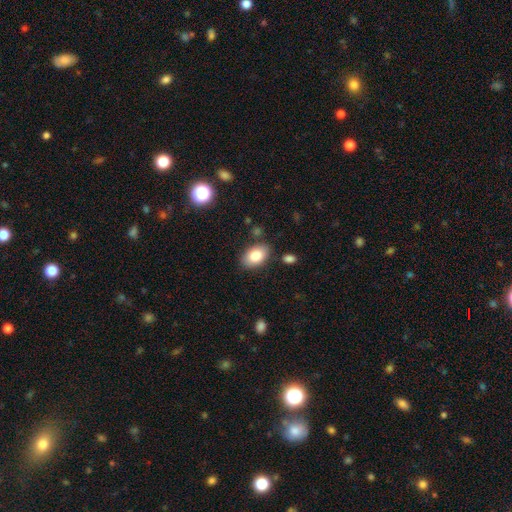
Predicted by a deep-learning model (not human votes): Smooth or featured: smooth — 84% (featured or disk — 9%)
How rounded: in between — 90% (round — 9%)
Merging: none — 82% (minor disturbance — 12%)